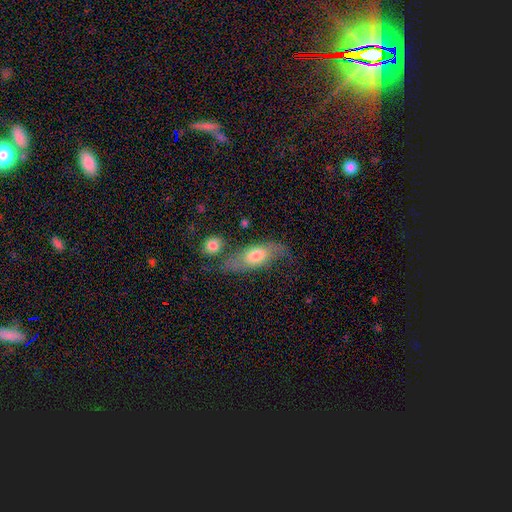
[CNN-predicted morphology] Smooth or featured? smooth (52%)
How rounded? in between (72%)
Merging? none (49%)